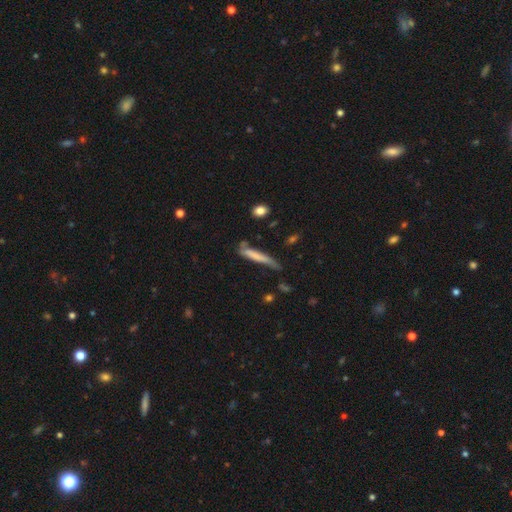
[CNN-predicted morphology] Smooth or featured: smooth — 66% (featured or disk — 27%)
How rounded: cigar-shaped — 92% (in between — 6%)
Merging: none — 51% (minor disturbance — 30%)